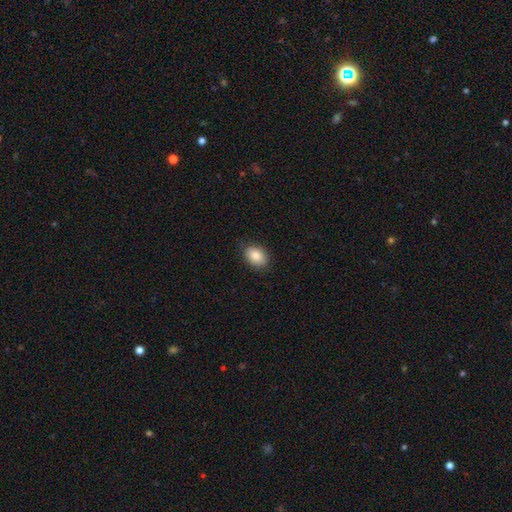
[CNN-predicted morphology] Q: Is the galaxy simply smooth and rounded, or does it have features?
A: smooth — 86%.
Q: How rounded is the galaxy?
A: in between — 79%.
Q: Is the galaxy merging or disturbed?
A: none — 84%.